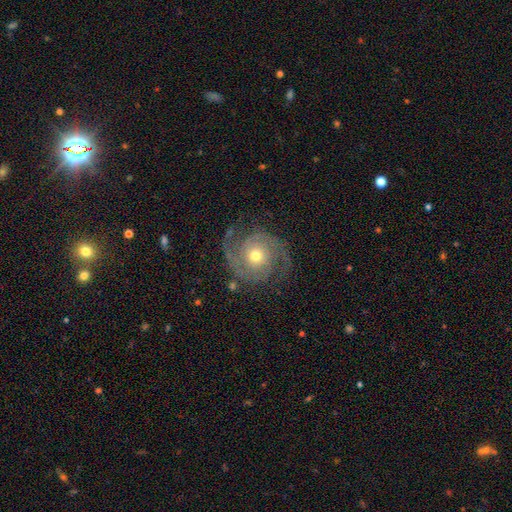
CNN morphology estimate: smooth_or_featured: featured or disk (p=0.90) [alt: star or artifact p=0.05]
disk_edge_on: no (p=0.98) [alt: yes p=0.02]
bar: no (p=0.78) [alt: weak p=0.18]
has_spiral_arms: yes (p=0.98) [alt: no p=0.02]
spiral_winding: tight (p=0.49) [alt: medium p=0.41]
spiral_arm_count: 2 (p=0.84) [alt: 3 p=0.06]
bulge_size: moderate (p=0.64) [alt: small p=0.31]
merging: none (p=0.78) [alt: minor disturbance p=0.14]